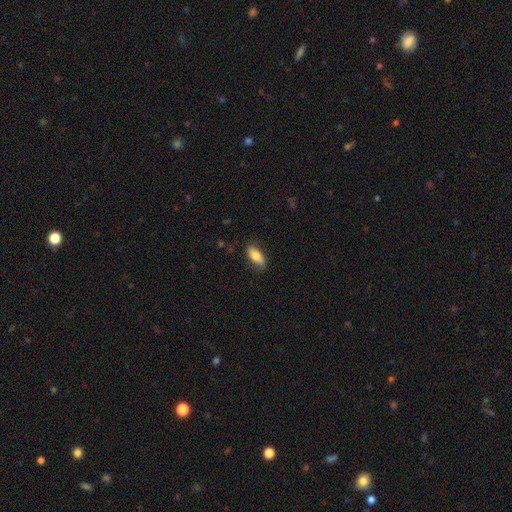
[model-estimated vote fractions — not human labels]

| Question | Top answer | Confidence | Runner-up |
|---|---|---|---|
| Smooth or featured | smooth | 73% | featured or disk (21%) |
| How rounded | in between | 80% | cigar-shaped (17%) |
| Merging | none | 75% | minor disturbance (19%) |